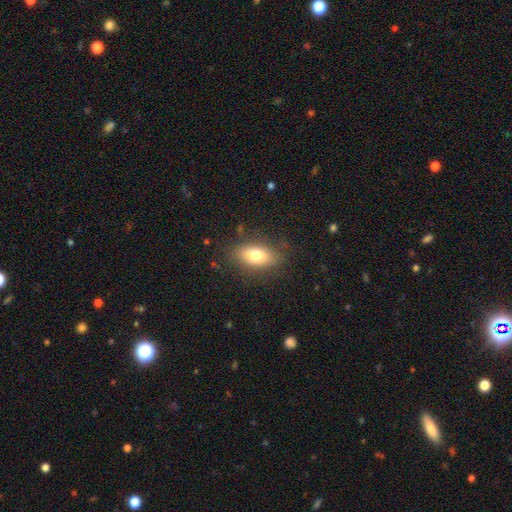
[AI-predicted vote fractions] This appears to be a smooth galaxy with no disk features (75%) that is in between round and cigar-shaped (85%). Merging: none (82%).